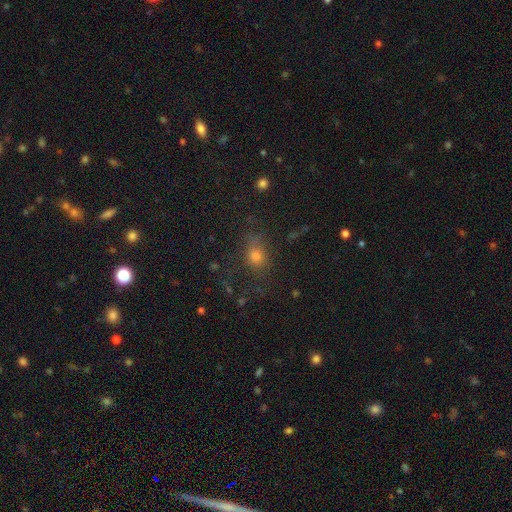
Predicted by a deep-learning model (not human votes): Morphology: type=smooth (66%); roundness=round (54%); merging=none (68%).